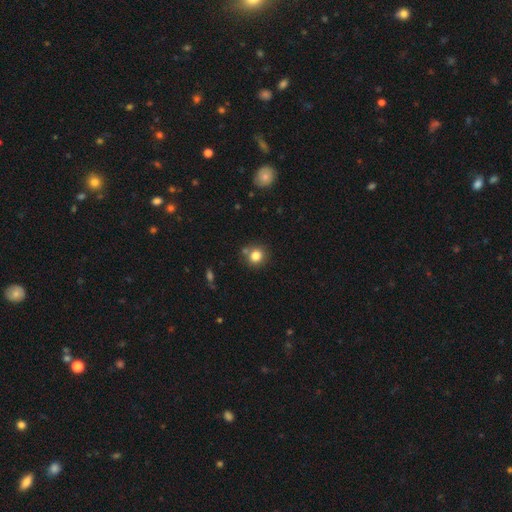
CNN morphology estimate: The model was most divided on "merging": none: 73%, minor disturbance: 12%, merger: 12%, major disturbance: 3%. More confident: how rounded — round (86%); smooth or featured — smooth (82%).